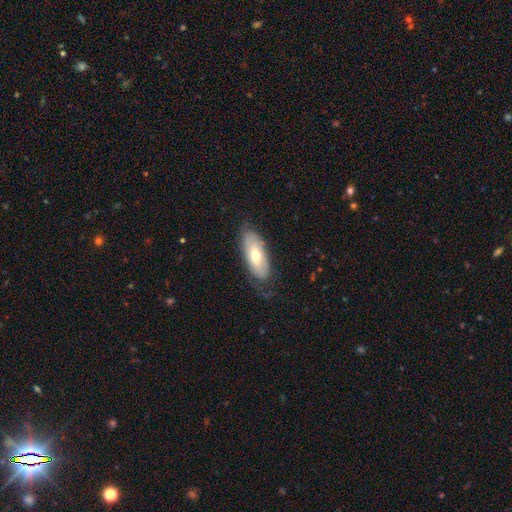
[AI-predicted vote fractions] This is possibly a smooth galaxy (53%). How rounded: clearly in between (81%). Merging: likely none (69%).